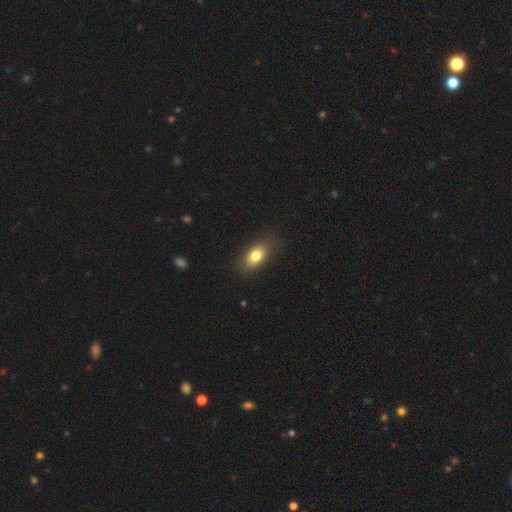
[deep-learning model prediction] A smooth galaxy with no disk features (79%) that is in between round and cigar-shaped (85%). Merging: none (84%).